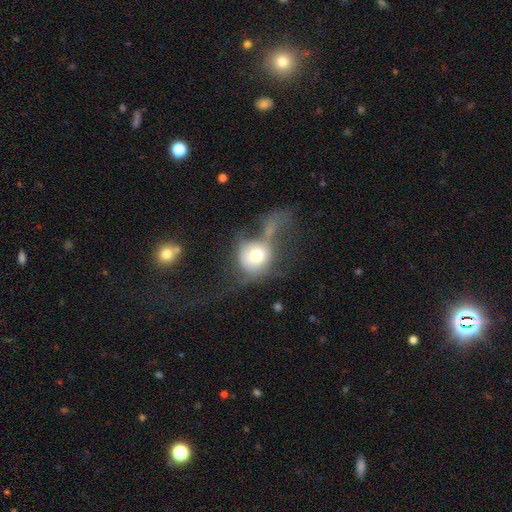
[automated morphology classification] type=smooth (60%); roundness=round (76%); merging=major disturbance (49%).